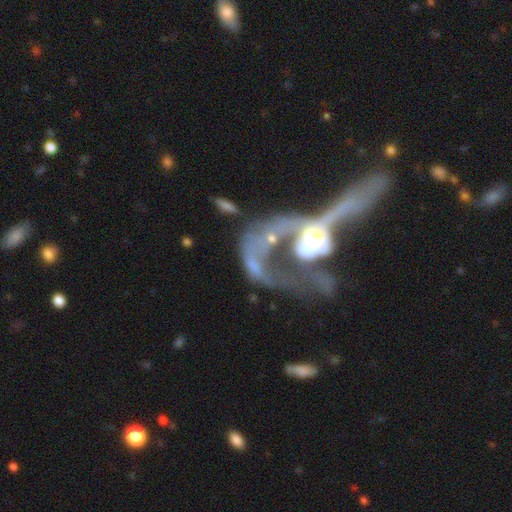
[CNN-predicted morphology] Smooth or featured? featured or disk (70%)
Edge-on disk? no (90%)
Bar? no (75%)
Spiral arms? no (60%)
Bulge size? moderate (56%)
Merging? merger (51%)